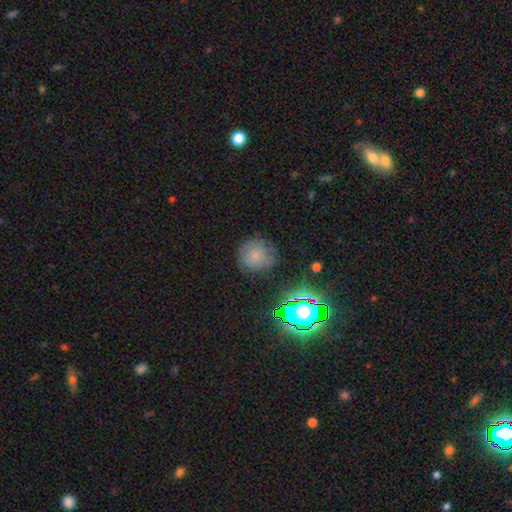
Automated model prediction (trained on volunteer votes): This is likely a smooth galaxy (70%). How rounded: clearly round (90%). Merging: likely none (75%).